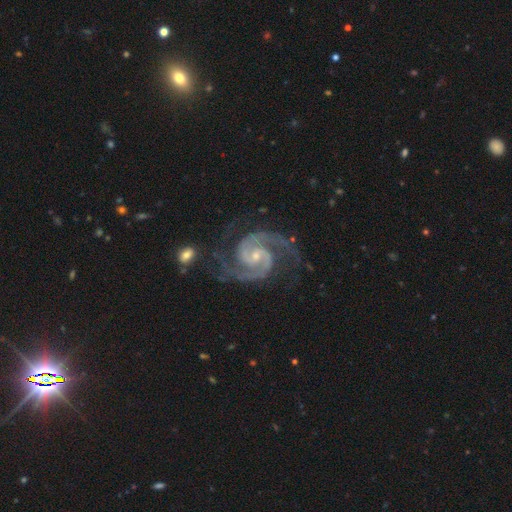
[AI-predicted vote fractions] Smooth or featured?
  - featured or disk: 94% *
  - star or artifact: 4%
  - smooth: 2%
Edge-on disk?
  - no: 98% *
  - yes: 2%
Bar?
  - no: 47% *
  - weak: 41%
  - strong: 13%
Spiral arms?
  - yes: 99% *
  - no: 1%
Spiral winding?
  - medium: 59% *
  - tight: 33%
  - loose: 8%
Spiral arm count?
  - 2: 91% *
  - 3: 4%
  - can't tell: 2%
  - 4: 1%
  - 1: 1%
  - more than 4: 1%
Bulge size?
  - small: 68% *
  - moderate: 27%
  - none: 3%
  - large: 1%
  - dominant: 1%
Merging?
  - none: 72% *
  - minor disturbance: 18%
  - major disturbance: 8%
  - merger: 3%